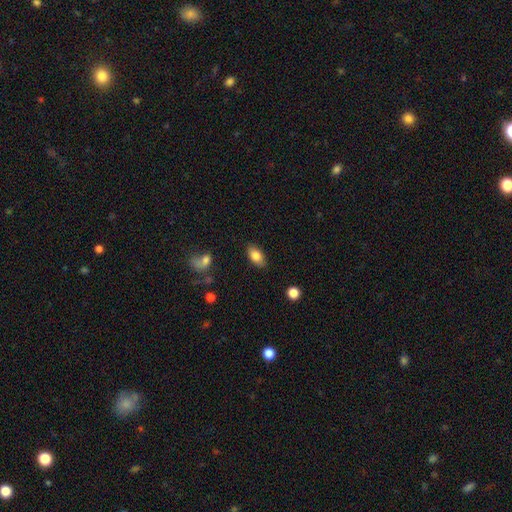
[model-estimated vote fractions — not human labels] Smooth or featured: smooth — 83% (featured or disk — 10%)
How rounded: in between — 92% (round — 5%)
Merging: none — 85% (minor disturbance — 11%)